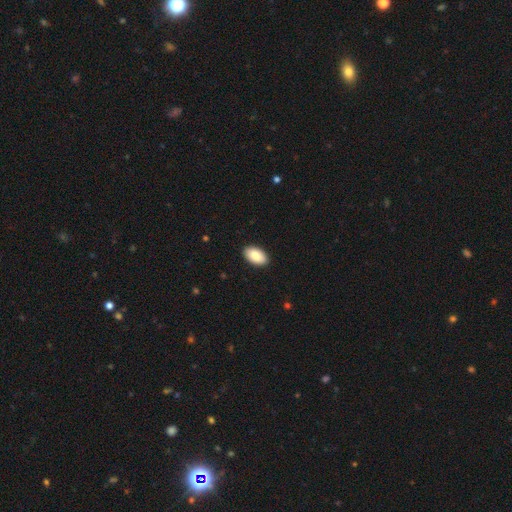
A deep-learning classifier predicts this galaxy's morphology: Smooth or featured? Predicted: smooth (p=0.88). How rounded? Predicted: in between (p=0.95). Merging? Predicted: none (p=0.91).